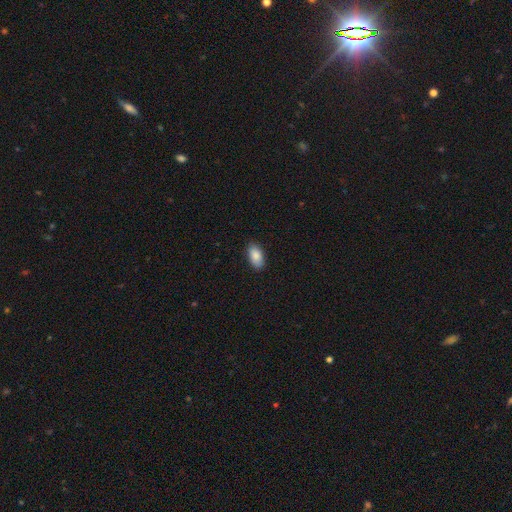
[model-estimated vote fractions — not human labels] The model was most divided on "merging": none: 87%, minor disturbance: 10%, major disturbance: 2%, merger: 1%. More confident: how rounded — in between (94%); smooth or featured — smooth (88%).